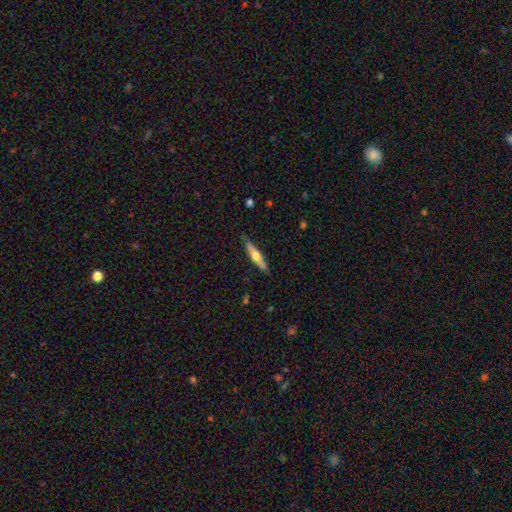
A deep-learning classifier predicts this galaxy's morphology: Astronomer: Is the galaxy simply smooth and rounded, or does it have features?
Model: featured or disk — 52% (runner-up: smooth, 43%).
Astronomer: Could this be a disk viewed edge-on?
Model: yes — 94%.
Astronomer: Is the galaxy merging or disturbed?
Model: none — 87%.